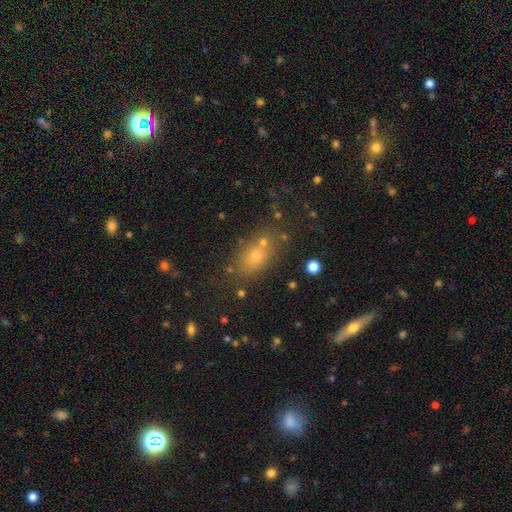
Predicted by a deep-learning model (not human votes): This is likely a smooth galaxy (63%). How rounded: likely in between (66%). Merging: likely none (68%).